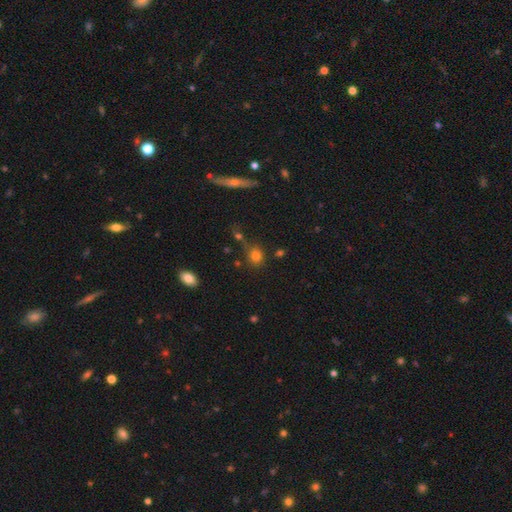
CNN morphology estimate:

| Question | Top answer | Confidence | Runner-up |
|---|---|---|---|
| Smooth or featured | smooth | 78% | star or artifact (14%) |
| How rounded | round | 68% | in between (30%) |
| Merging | none | 66% | minor disturbance (14%) |